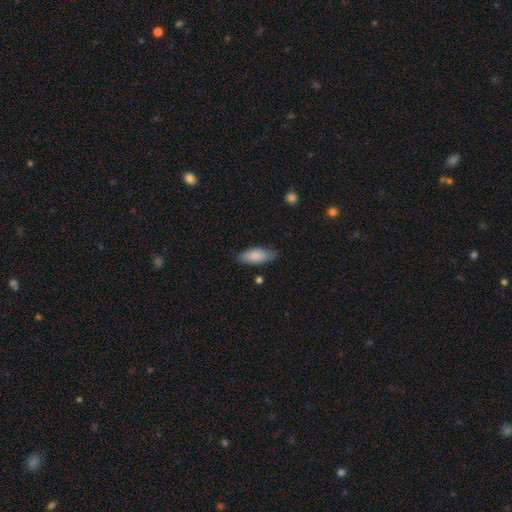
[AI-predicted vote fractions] This appears to be a smooth galaxy with no disk features (85%) that is in between round and cigar-shaped (76%). Merging: none (79%).